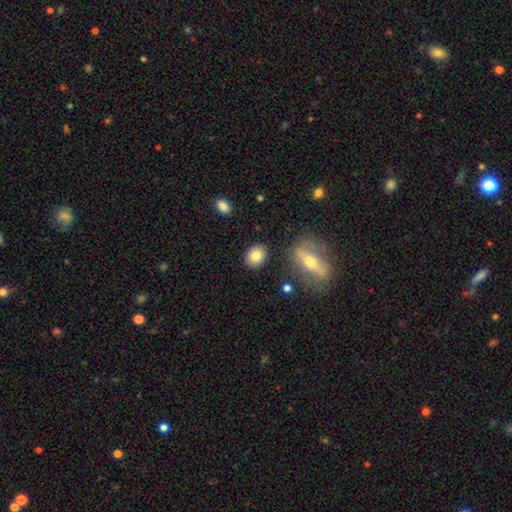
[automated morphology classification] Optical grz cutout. It shows a smooth galaxy with no disk features (80%) that is in between round and cigar-shaped (50%). Merging: none (86%).